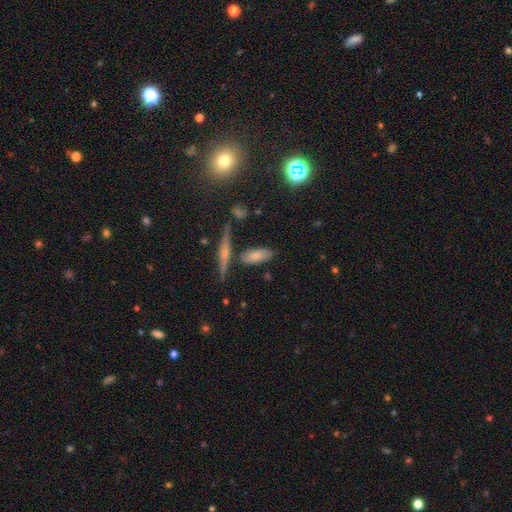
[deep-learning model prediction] This appears to be a smooth galaxy with no disk features (68%) that is in between round and cigar-shaped (82%). Merging: none (68%).